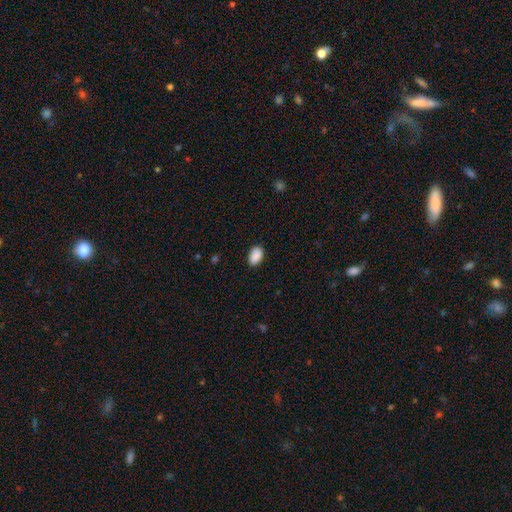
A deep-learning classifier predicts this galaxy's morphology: A smooth galaxy with no disk features (90%) that is in between round and cigar-shaped (91%). Merging: none (85%).